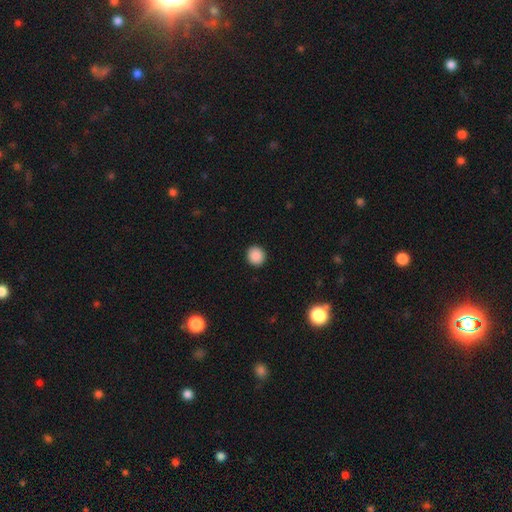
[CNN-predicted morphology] smooth_or_featured: smooth (p=0.89) [alt: star or artifact p=0.09]
how_rounded: round (p=0.90) [alt: in between p=0.09]
merging: none (p=0.93) [alt: minor disturbance p=0.05]